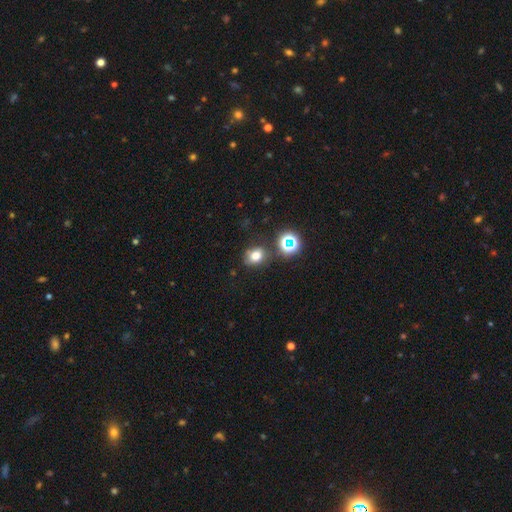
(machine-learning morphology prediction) Smooth or featured? Predicted: smooth (p=0.70). How rounded? Predicted: in between (p=0.53). Merging? Predicted: none (p=0.67).